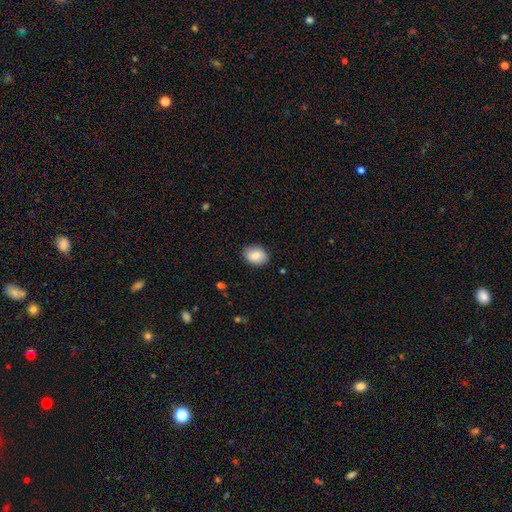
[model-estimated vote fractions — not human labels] smooth_or_featured: smooth (p=0.85) [alt: featured or disk p=0.08]
how_rounded: in between (p=0.72) [alt: round p=0.27]
merging: none (p=0.87) [alt: minor disturbance p=0.10]